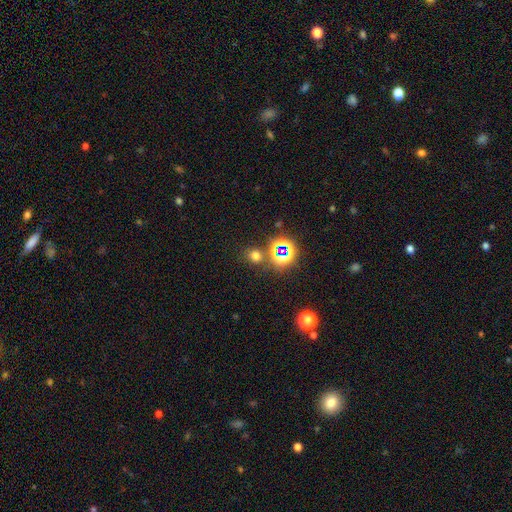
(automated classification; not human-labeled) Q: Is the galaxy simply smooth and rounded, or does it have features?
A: smooth — 61%.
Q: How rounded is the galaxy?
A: round — 76%.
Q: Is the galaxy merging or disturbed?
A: none — 77%.